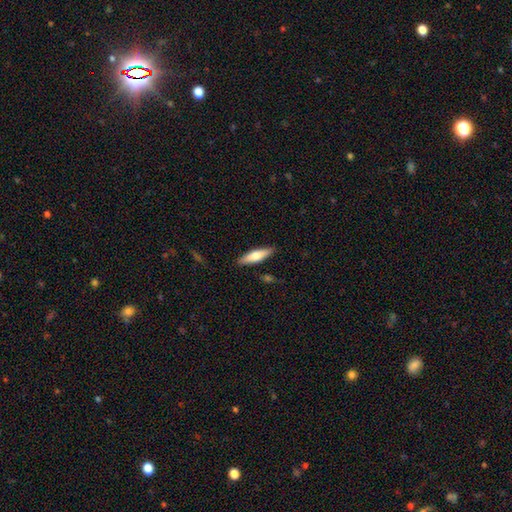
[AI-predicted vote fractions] smooth_or_featured: smooth (p=0.64) [alt: featured or disk p=0.30]
how_rounded: cigar-shaped (p=0.64) [alt: in between p=0.34]
merging: none (p=0.87) [alt: minor disturbance p=0.09]